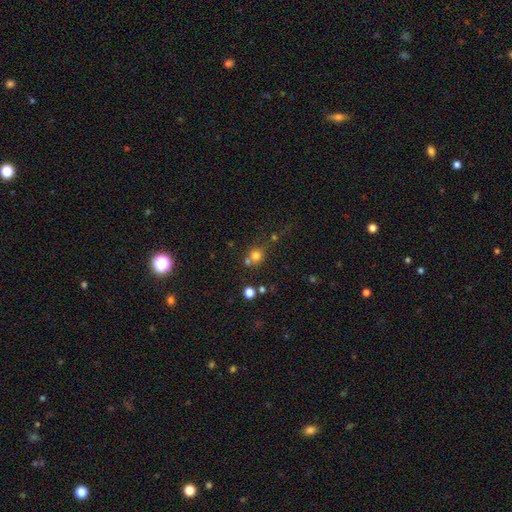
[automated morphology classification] smooth 74%, star or artifact 17%, featured or disk 9%. Down the decision tree: how rounded — round (88%); merging — none (56%).